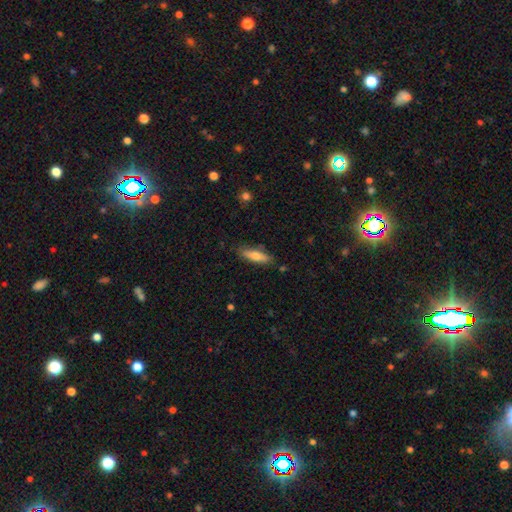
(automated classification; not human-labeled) A smooth galaxy with no disk features (68%) that is cigar-shaped (61%). Merging: none (82%).